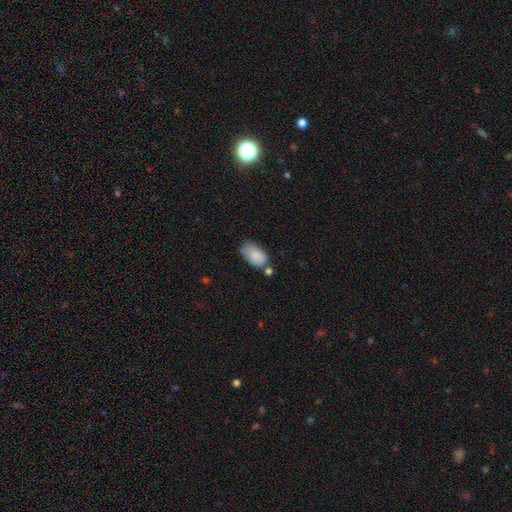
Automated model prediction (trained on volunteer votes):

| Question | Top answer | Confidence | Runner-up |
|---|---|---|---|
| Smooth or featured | smooth | 85% | featured or disk (8%) |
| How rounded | in between | 93% | round (6%) |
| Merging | none | 51% | minor disturbance (30%) |